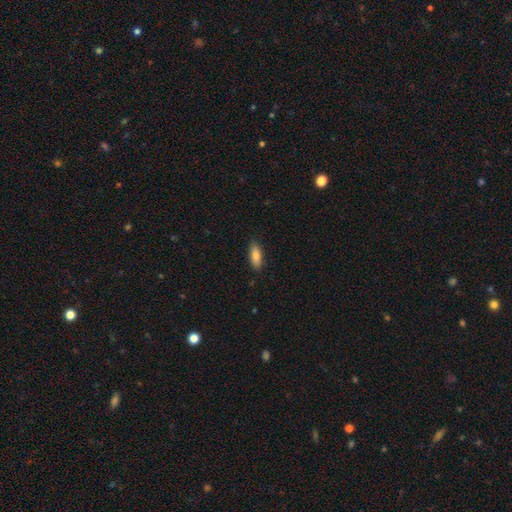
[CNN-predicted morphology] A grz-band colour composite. It shows a smooth galaxy with no disk features (82%) that is in between round and cigar-shaped (71%). Merging: none (85%).